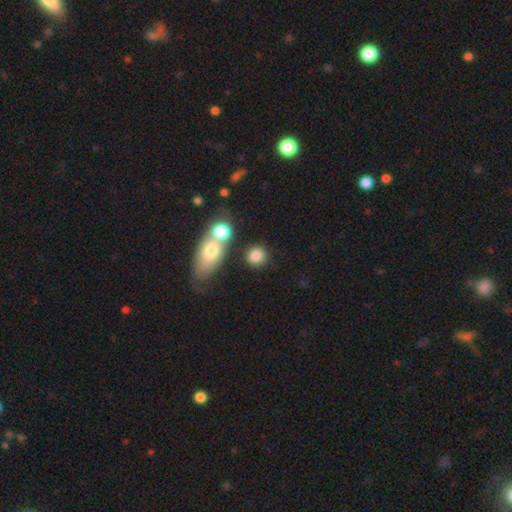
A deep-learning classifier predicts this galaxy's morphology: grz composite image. It shows a smooth galaxy with no disk features (81%) that is round (81%). Merging: none (70%).